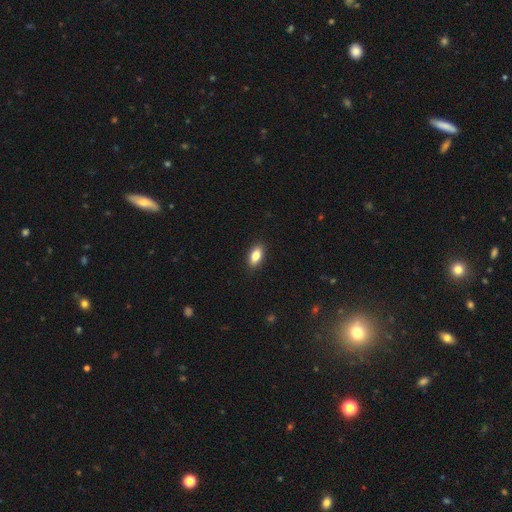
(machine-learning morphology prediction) Smooth or featured: smooth — 84% (featured or disk — 9%)
How rounded: in between — 88% (cigar-shaped — 8%)
Merging: none — 89% (minor disturbance — 8%)